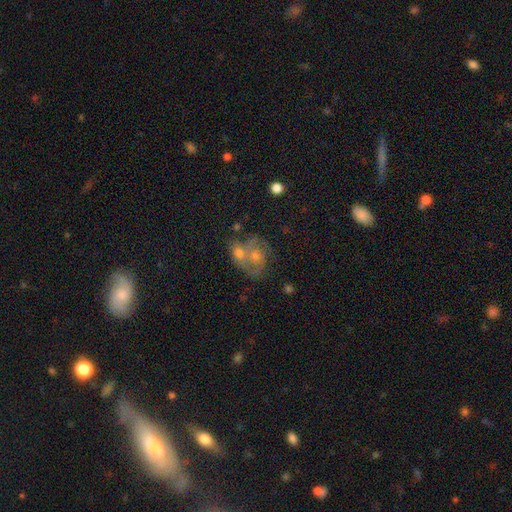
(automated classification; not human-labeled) smooth_or_featured: featured or disk (p=0.57) [alt: smooth p=0.34]
disk_edge_on: no (p=0.97) [alt: yes p=0.03]
bar: no (p=0.79) [alt: weak p=0.18]
has_spiral_arms: yes (p=0.71) [alt: no p=0.29]
bulge_size: moderate (p=0.53) [alt: small p=0.32]
merging: merger (p=0.54) [alt: none p=0.26]